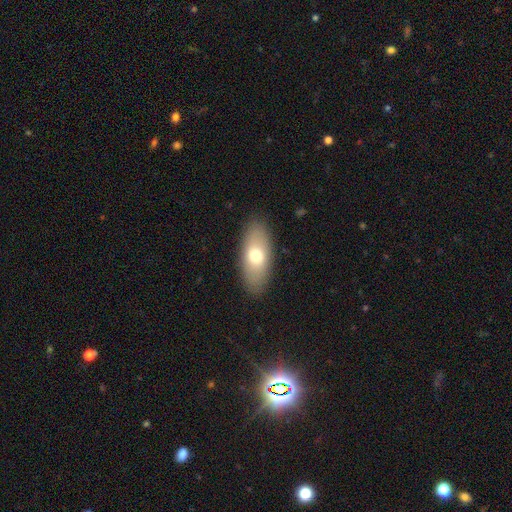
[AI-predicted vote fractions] smooth-or-featured: smooth: 70% | featured or disk: 23% | star or artifact: 7%
  how-rounded: in between: 85% | cigar-shaped: 12% | round: 3%
  merging: none: 87% | minor disturbance: 9% | major disturbance: 3% | merger: 1%